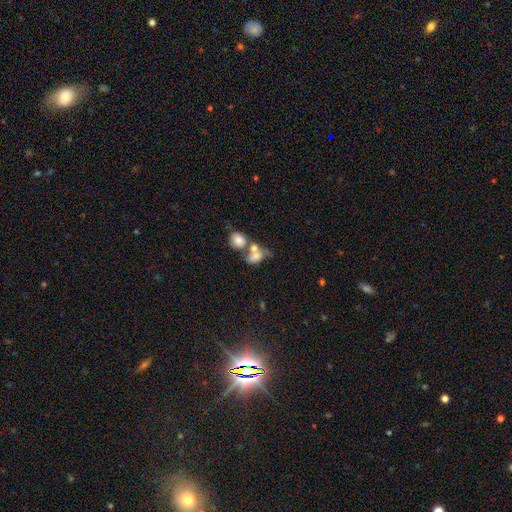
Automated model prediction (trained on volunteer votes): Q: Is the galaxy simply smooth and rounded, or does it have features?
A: smooth — 64%.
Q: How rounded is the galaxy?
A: in between — 67%.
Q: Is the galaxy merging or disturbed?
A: merger — 59%.